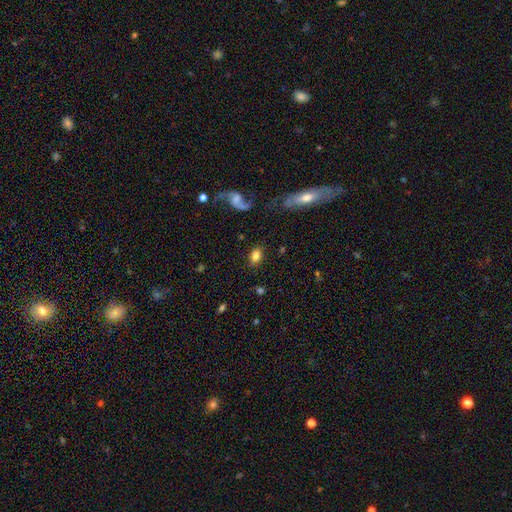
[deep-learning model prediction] Smooth or featured?
  - smooth: 75% *
  - featured or disk: 16%
  - star or artifact: 9%
How rounded?
  - in between: 80% *
  - round: 18%
  - cigar-shaped: 2%
Merging?
  - none: 82% *
  - minor disturbance: 11%
  - major disturbance: 5%
  - merger: 3%